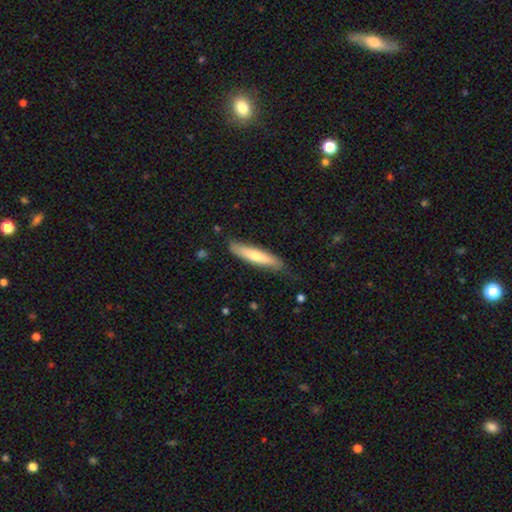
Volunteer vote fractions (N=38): Overall: smooth (61%; featured or disk 37%). How rounded: cigar-shaped (96%). Merging: none (89%).